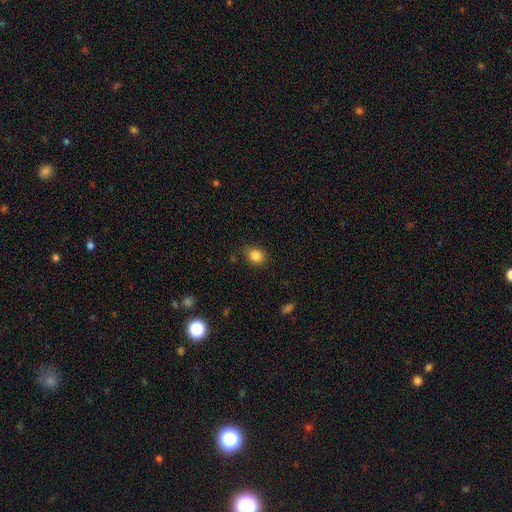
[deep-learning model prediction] Q: Smooth or featured?
A: smooth (86%); runner-up: star or artifact (10%)
Q: How rounded?
A: round (58%); runner-up: in between (41%)
Q: Merging?
A: none (81%); runner-up: minor disturbance (14%)